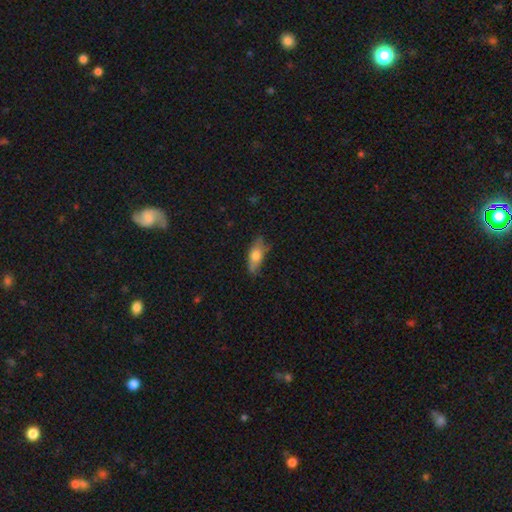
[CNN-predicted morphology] This appears to be a smooth galaxy with no disk features (69%) that is in between round and cigar-shaped (73%). Merging: none (67%).